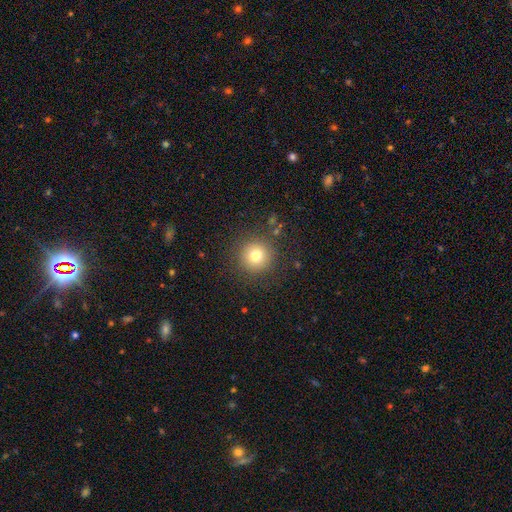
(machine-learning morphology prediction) Smooth or featured: smooth — 78% (star or artifact — 13%)
How rounded: round — 94% (in between — 5%)
Merging: none — 87% (minor disturbance — 8%)